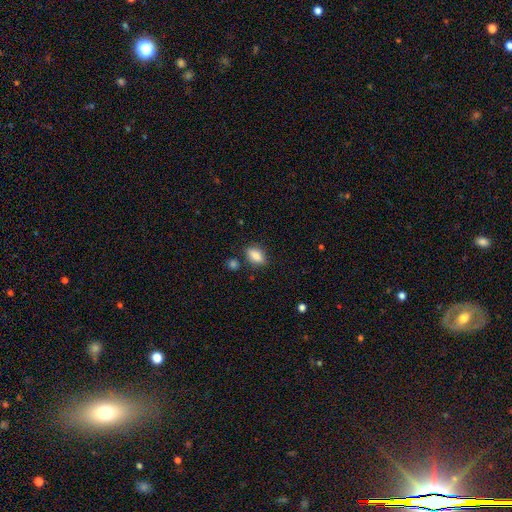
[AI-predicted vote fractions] Overall: smooth (84%). How rounded: in between (85%). Merging: none (76%).